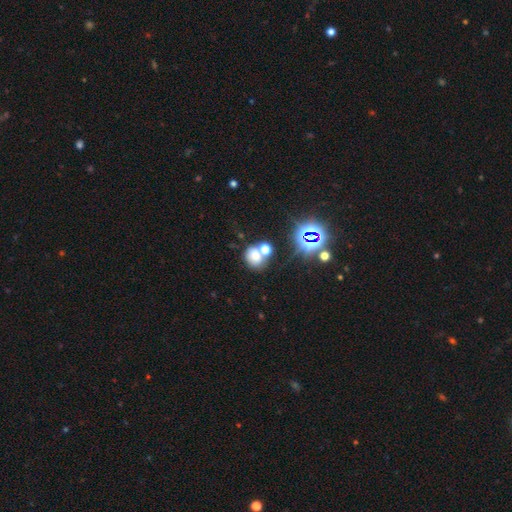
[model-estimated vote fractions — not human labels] smooth 64%, star or artifact 23%, featured or disk 14%. Down the decision tree: how rounded — round (63%); merging — none (43%).